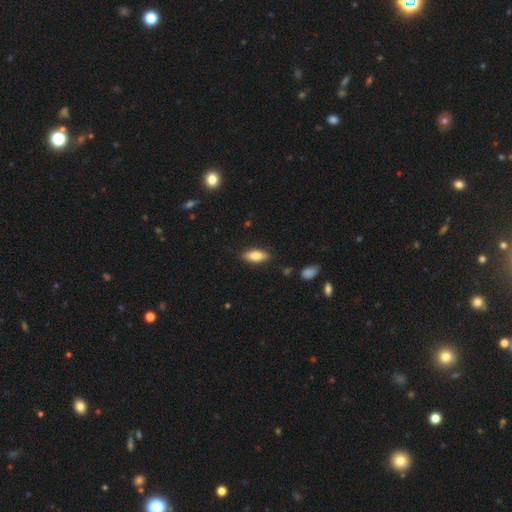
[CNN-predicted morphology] Q: Smooth or featured?
A: smooth (78%); runner-up: featured or disk (15%)
Q: How rounded?
A: in between (81%); runner-up: cigar-shaped (17%)
Q: Merging?
A: none (86%); runner-up: minor disturbance (10%)